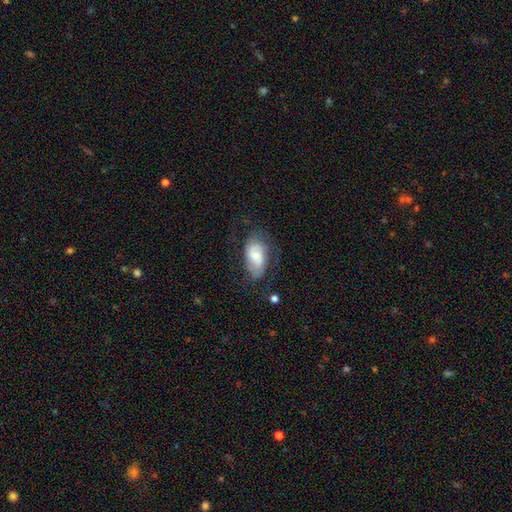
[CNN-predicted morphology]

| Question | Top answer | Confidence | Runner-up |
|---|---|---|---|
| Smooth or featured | featured or disk | 49% | smooth (43%) |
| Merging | none | 57% | minor disturbance (25%) |